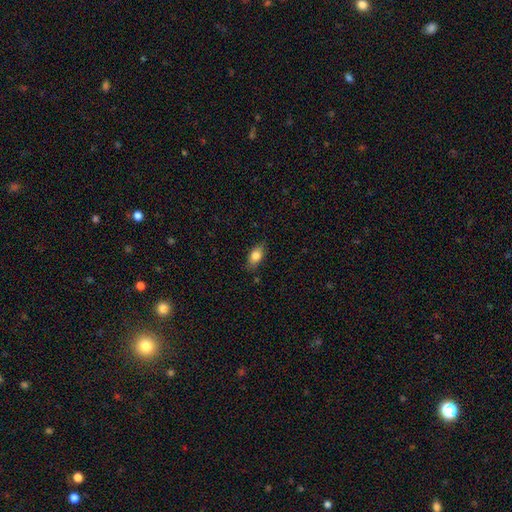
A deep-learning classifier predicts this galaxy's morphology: Smooth or featured: smooth — 80% (featured or disk — 13%)
How rounded: in between — 86% (round — 7%)
Merging: none — 81% (minor disturbance — 15%)